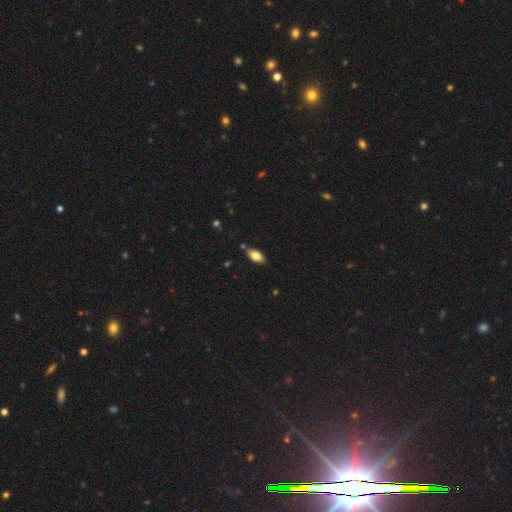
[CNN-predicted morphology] Smooth or featured?
  - smooth: 76% *
  - featured or disk: 16%
  - star or artifact: 7%
How rounded?
  - in between: 90% *
  - cigar-shaped: 7%
  - round: 3%
Merging?
  - none: 82% *
  - minor disturbance: 13%
  - merger: 3%
  - major disturbance: 2%